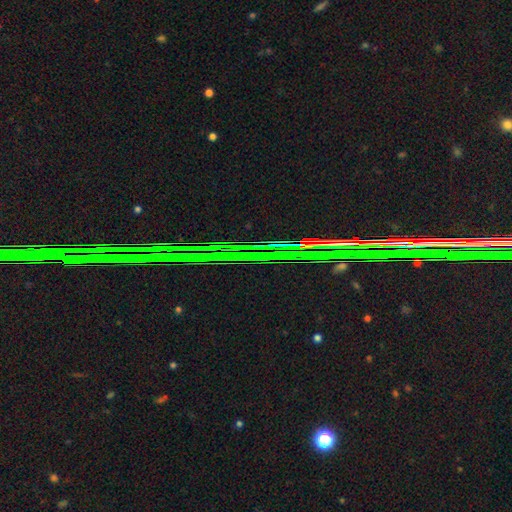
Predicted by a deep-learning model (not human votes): Smooth or featured? star or artifact (87%)